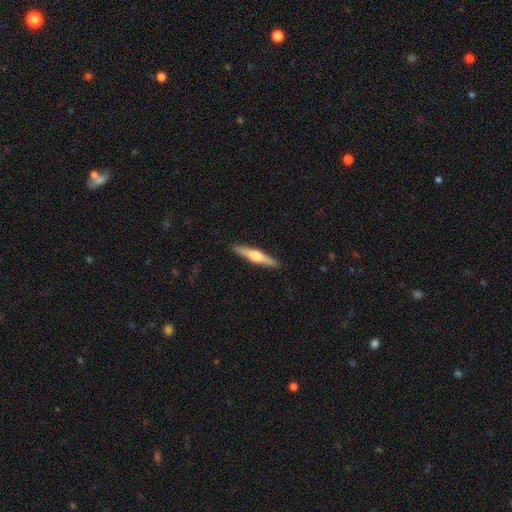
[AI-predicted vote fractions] A featured or disk galaxy (58%) viewed edge-on (97%) with a rounded central bulge (91%). Merging: none (91%).